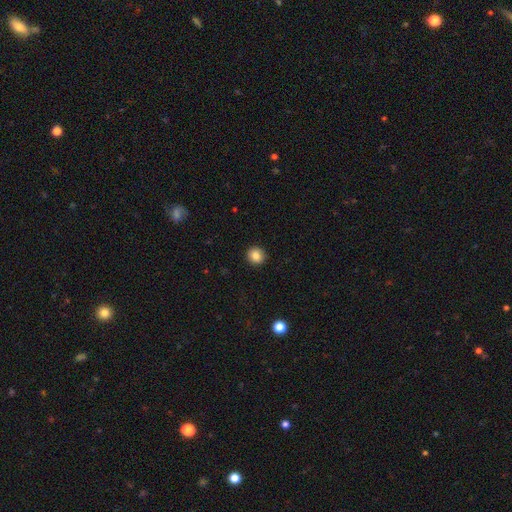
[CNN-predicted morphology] This appears to be a smooth galaxy with no disk features (85%) that is round (92%). Merging: none (93%).